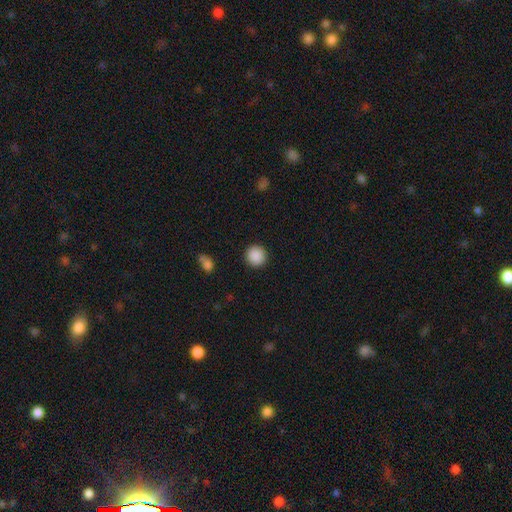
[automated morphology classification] A smooth galaxy with no disk features (89%) that is round (93%).

Vote fractions:
- Smooth or featured? smooth: 89% / star or artifact: 8% / featured or disk: 2%
- How rounded? round: 93% / in between: 6% / cigar-shaped: 1%
- Merging? none: 92% / minor disturbance: 5% / major disturbance: 2% / merger: 1%